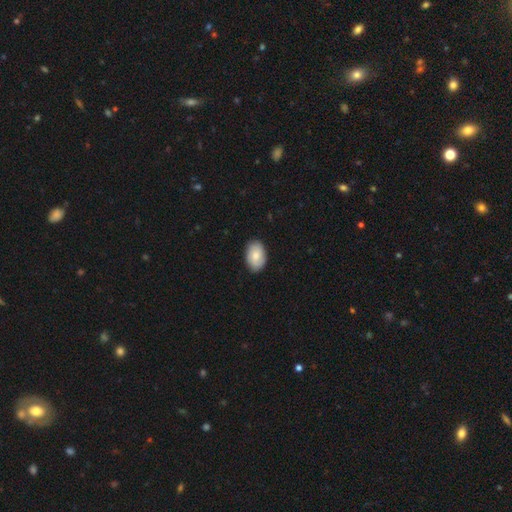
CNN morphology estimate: Smooth or featured? Predicted: smooth (p=0.77). How rounded? Predicted: in between (p=0.89). Merging? Predicted: none (p=0.86).